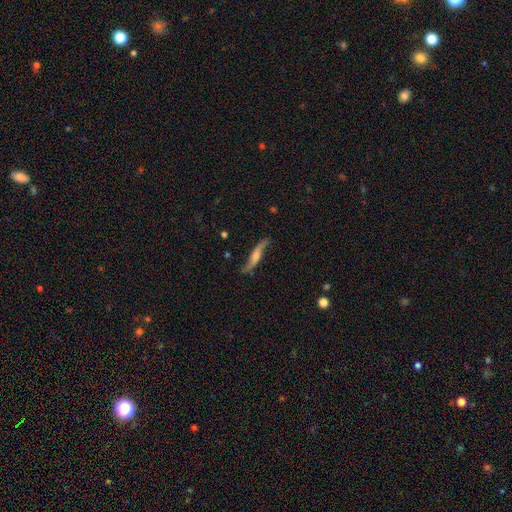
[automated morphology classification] type=featured or disk (75%); edge-on=no (51%); merging=none (75%).